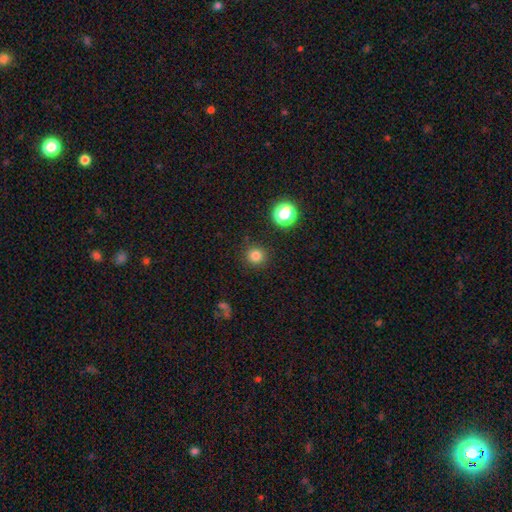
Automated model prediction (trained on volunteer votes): smooth_or_featured: smooth (p=0.80) [alt: star or artifact p=0.15]
how_rounded: round (p=0.93) [alt: in between p=0.06]
merging: none (p=0.89) [alt: minor disturbance p=0.06]